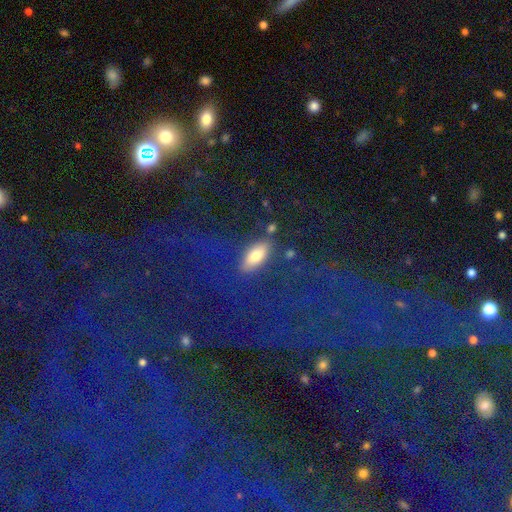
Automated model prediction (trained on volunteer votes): A smooth galaxy with no disk features (73%) that is in between round and cigar-shaped (79%). Merging: none (78%).